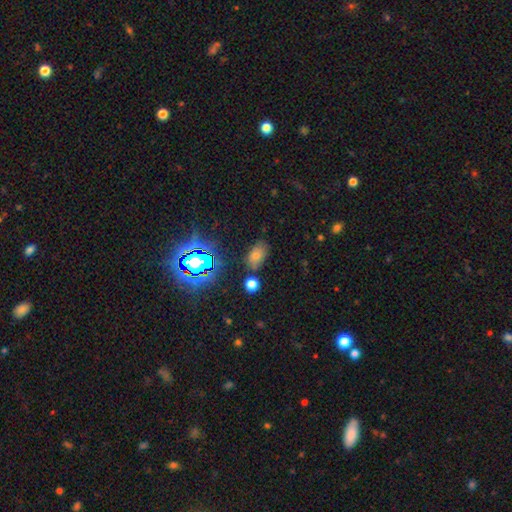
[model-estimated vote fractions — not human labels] This is possibly a smooth galaxy (51%). How rounded: clearly in between (85%). Merging: likely none (80%).